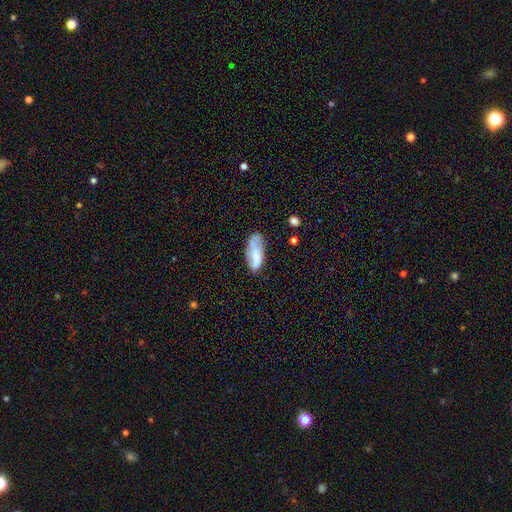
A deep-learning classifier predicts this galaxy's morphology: Smooth or featured: smooth — 56% (featured or disk — 36%)
How rounded: in between — 83% (cigar-shaped — 15%)
Merging: none — 47% (minor disturbance — 29%)